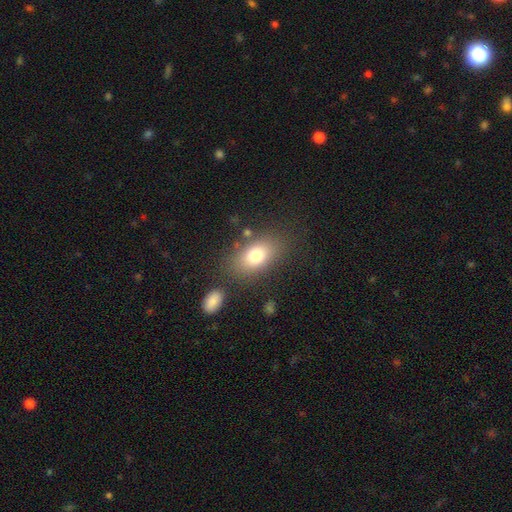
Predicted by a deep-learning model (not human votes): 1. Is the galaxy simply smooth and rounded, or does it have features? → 77% smooth, 14% featured or disk, 10% star or artifact.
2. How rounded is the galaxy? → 84% in between, 14% round, 2% cigar-shaped.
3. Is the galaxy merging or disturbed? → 78% none, 12% minor disturbance, 5% major disturbance, 5% merger.